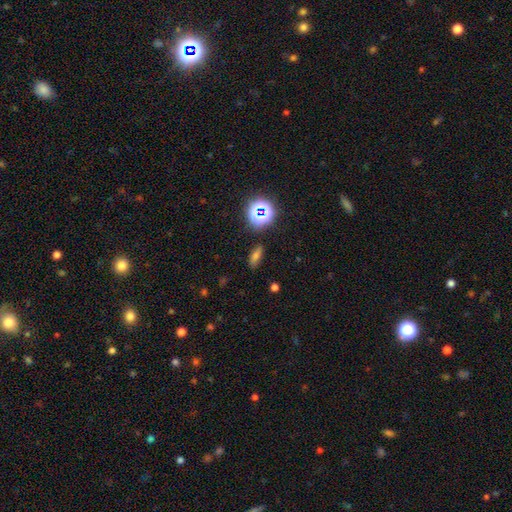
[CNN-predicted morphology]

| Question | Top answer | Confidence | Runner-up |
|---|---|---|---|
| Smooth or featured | smooth | 60% | star or artifact (27%) |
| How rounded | in between | 71% | cigar-shaped (17%) |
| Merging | none | 84% | minor disturbance (10%) |